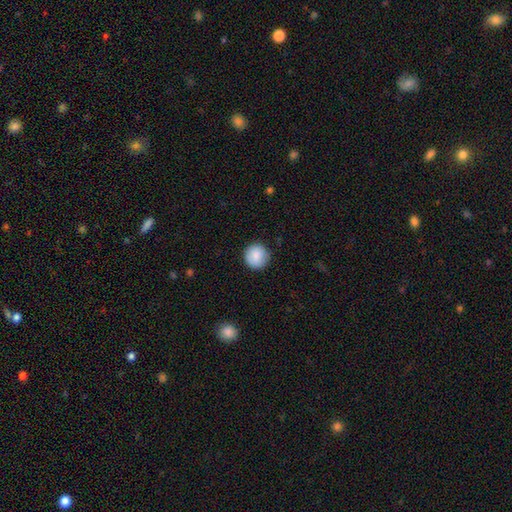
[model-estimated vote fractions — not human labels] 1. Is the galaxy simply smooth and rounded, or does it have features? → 86% smooth, 7% star or artifact, 7% featured or disk.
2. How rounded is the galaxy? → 95% round, 4% in between, 1% cigar-shaped.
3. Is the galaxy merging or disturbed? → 88% none, 9% minor disturbance, 2% major disturbance, 1% merger.